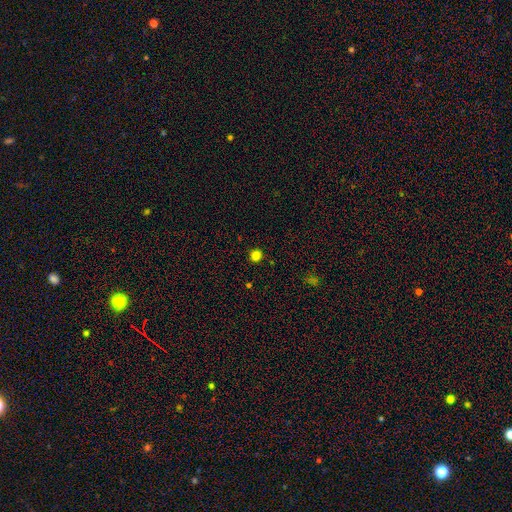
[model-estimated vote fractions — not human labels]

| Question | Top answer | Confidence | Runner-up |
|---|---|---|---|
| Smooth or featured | smooth | 82% | star or artifact (15%) |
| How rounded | round | 94% | in between (5%) |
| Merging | none | 92% | minor disturbance (5%) |